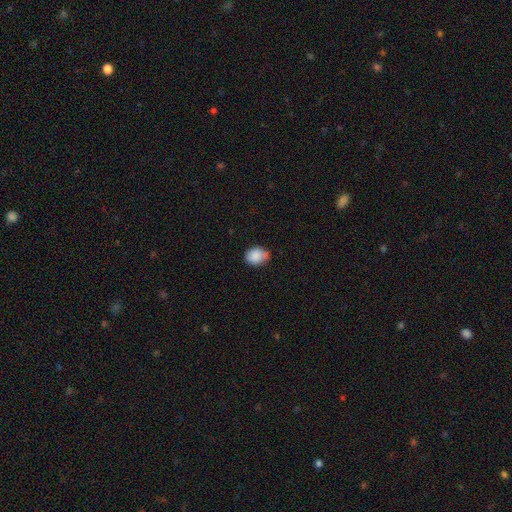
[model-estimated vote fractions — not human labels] Smooth or featured? smooth (86%)
How rounded? in between (61%)
Merging? none (63%)